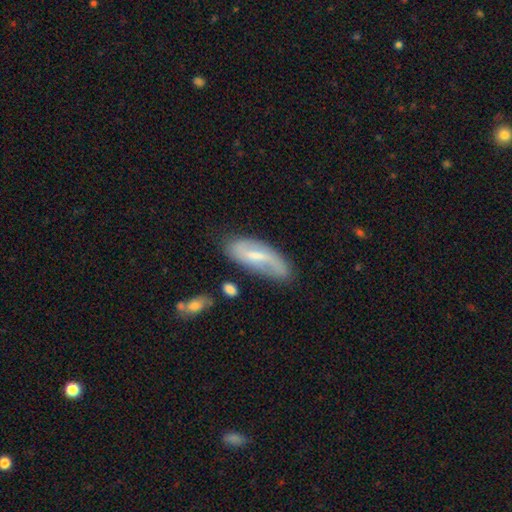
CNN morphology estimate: smooth-or-featured: featured or disk: 59% | smooth: 34% | star or artifact: 7%
  disk-edge-on: no: 88% | yes: 12%
    bar: weak: 49% | strong: 29% | no: 22%
    has-spiral-arms: yes: 82% | no: 18%
    bulge-size: small: 51% | moderate: 32% | none: 13% | large: 3% | dominant: 1%
  merging: none: 68% | minor disturbance: 21% | major disturbance: 7% | merger: 4%